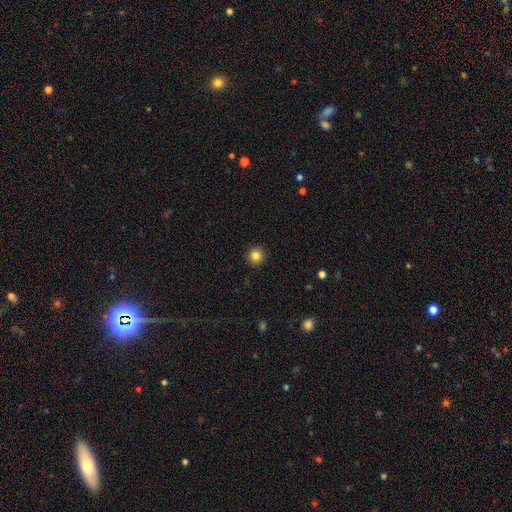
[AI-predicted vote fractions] A smooth galaxy with no disk features (83%) that is round (95%). Merging: none (93%).